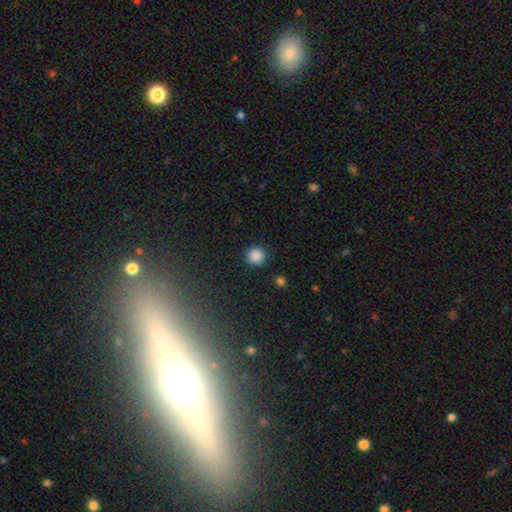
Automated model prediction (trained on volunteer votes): Overall: smooth (87%). How rounded: round (95%). Merging: none (89%).